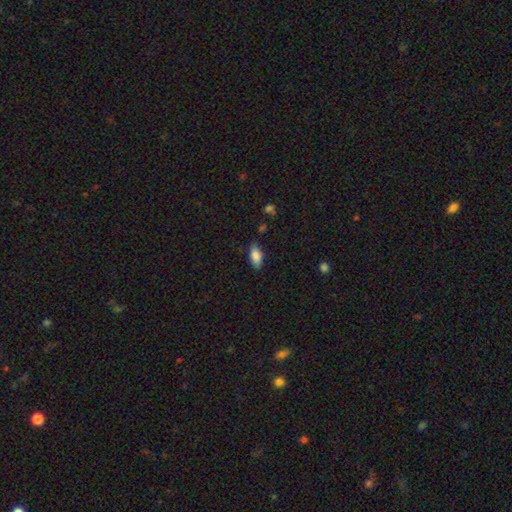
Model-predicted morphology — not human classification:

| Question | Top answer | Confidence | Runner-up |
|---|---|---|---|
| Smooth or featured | smooth | 83% | featured or disk (10%) |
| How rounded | in between | 87% | cigar-shaped (10%) |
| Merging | none | 81% | minor disturbance (14%) |